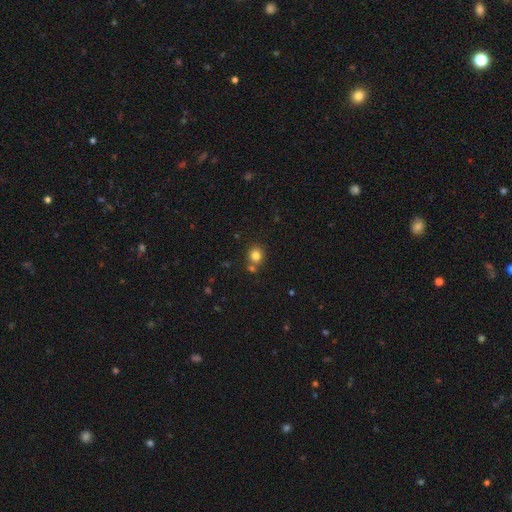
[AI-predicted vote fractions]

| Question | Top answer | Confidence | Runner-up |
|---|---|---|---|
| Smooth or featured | smooth | 81% | star or artifact (12%) |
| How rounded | round | 85% | in between (15%) |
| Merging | none | 74% | merger (14%) |